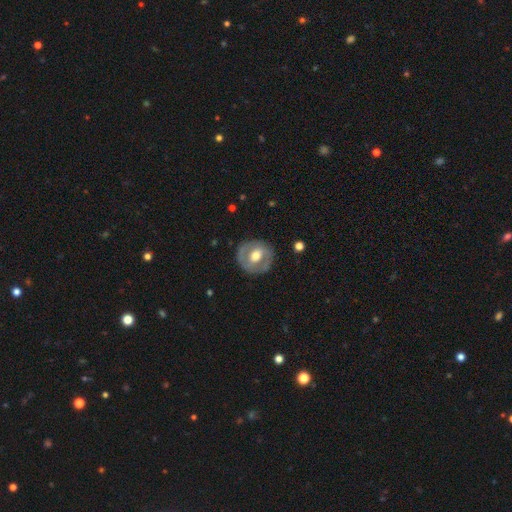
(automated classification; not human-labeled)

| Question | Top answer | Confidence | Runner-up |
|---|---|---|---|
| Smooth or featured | featured or disk | 57% | smooth (37%) |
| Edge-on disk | no | 95% | yes (5%) |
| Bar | no | 44% | weak (39%) |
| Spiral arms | no | 69% | yes (31%) |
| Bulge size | moderate | 73% | large (16%) |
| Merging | none | 83% | minor disturbance (12%) |